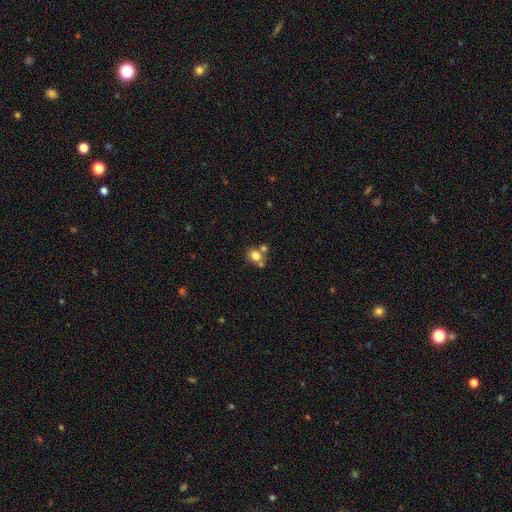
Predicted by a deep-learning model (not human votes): smooth-or-featured: smooth: 76% | star or artifact: 12% | featured or disk: 12%
  how-rounded: round: 73% | in between: 26% | cigar-shaped: 1%
  merging: none: 50% | merger: 35% | minor disturbance: 11% | major disturbance: 4%